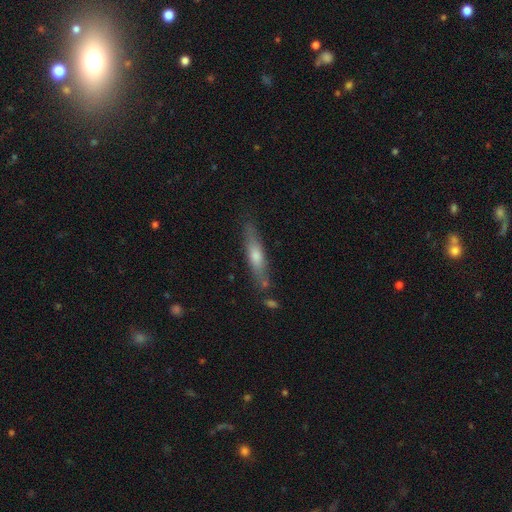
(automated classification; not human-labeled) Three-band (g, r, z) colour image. It shows a smooth galaxy with no disk features (50%) that is cigar-shaped (84%). Merging: none (77%).